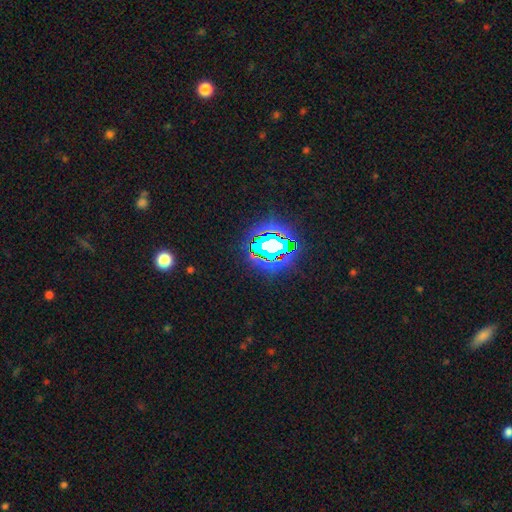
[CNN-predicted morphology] A star or artifact, not a galaxy (72%).

Vote fractions:
- Smooth or featured? star or artifact: 72% / smooth: 15% / featured or disk: 13%